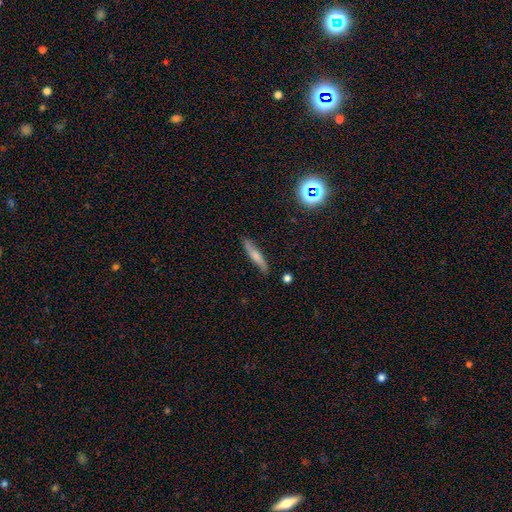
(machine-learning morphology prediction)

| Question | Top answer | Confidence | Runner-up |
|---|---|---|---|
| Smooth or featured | smooth | 62% | featured or disk (31%) |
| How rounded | cigar-shaped | 88% | in between (10%) |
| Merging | none | 83% | minor disturbance (13%) |